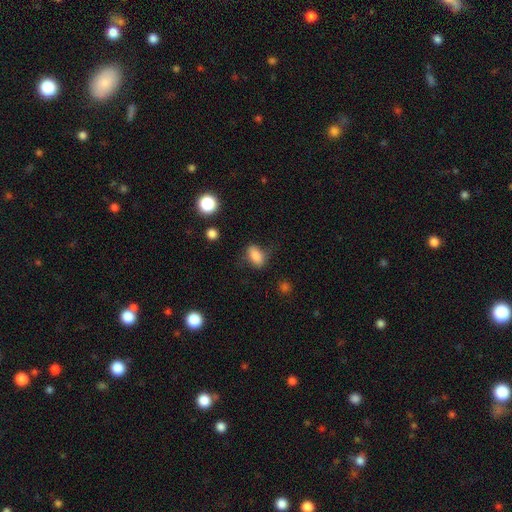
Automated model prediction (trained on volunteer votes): The model was most divided on "merging": none: 67%, minor disturbance: 23%, major disturbance: 8%, merger: 2%. More confident: how rounded — in between (86%); smooth or featured — smooth (82%).